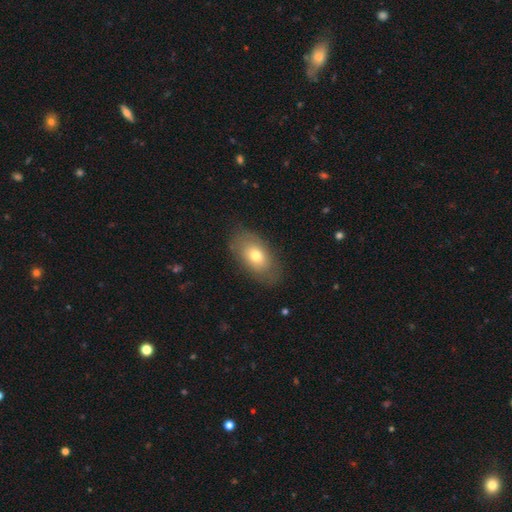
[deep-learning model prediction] This appears to be a smooth galaxy with no disk features (71%) that is in between round and cigar-shaped (90%). Merging: none (80%).